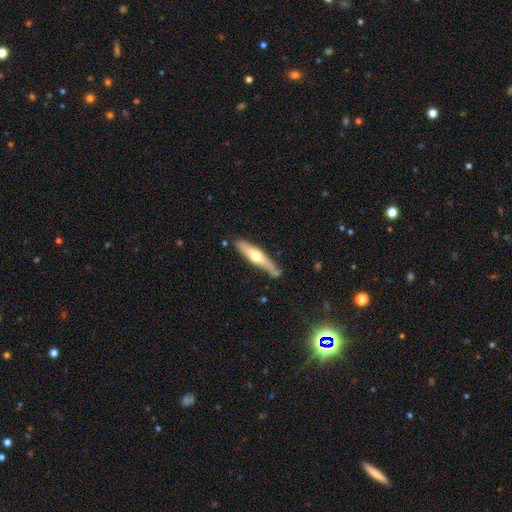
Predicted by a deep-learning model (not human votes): smooth_or_featured: featured or disk (p=0.49) [alt: smooth p=0.46]
merging: none (p=0.70) [alt: minor disturbance p=0.21]